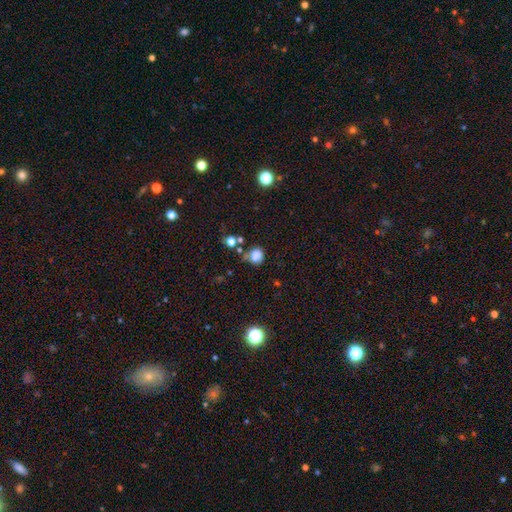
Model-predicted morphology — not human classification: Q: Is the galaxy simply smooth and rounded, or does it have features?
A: smooth — 78%.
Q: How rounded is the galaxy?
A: round — 78%.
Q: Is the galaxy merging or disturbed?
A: none — 62%.